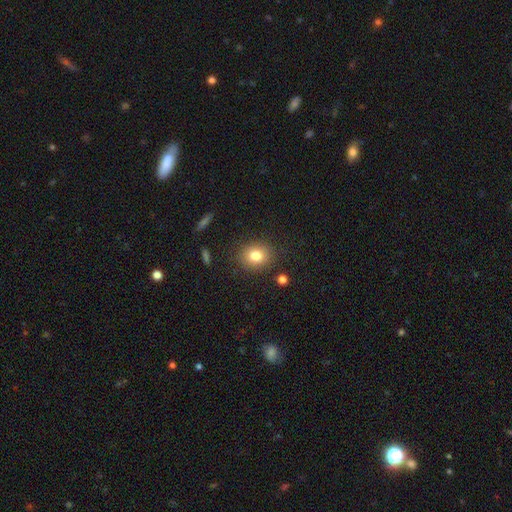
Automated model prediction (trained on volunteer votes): smooth_or_featured: smooth (p=0.81) [alt: star or artifact p=0.11]
how_rounded: round (p=0.60) [alt: in between p=0.39]
merging: none (p=0.86) [alt: minor disturbance p=0.09]